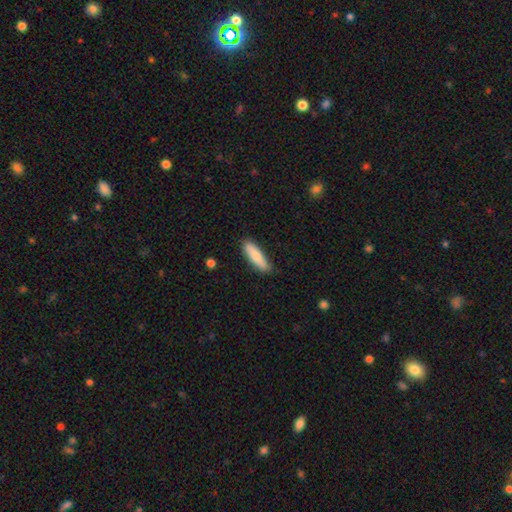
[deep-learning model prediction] Q: Smooth or featured?
A: smooth (75%); runner-up: featured or disk (20%)
Q: How rounded?
A: cigar-shaped (59%); runner-up: in between (39%)
Q: Merging?
A: none (83%); runner-up: minor disturbance (14%)